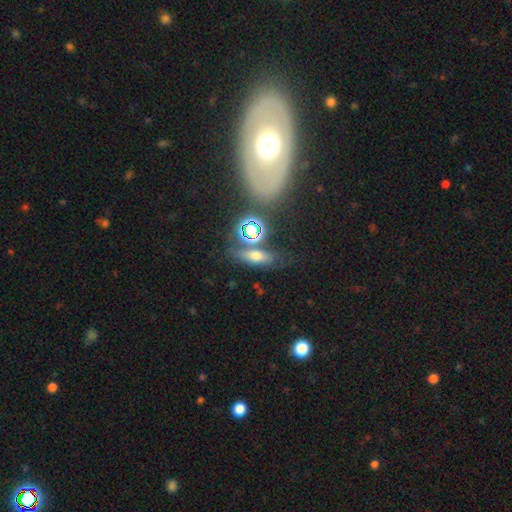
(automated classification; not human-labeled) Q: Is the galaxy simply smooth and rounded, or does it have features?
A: smooth — 52%.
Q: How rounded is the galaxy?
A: in between — 53%.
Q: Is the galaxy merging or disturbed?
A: none — 70%.